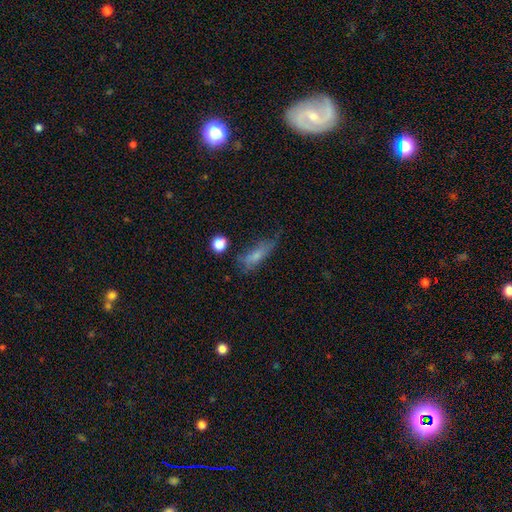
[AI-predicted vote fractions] Morphology: type=smooth (58%); roundness=cigar-shaped (51%); merging=none (52%).